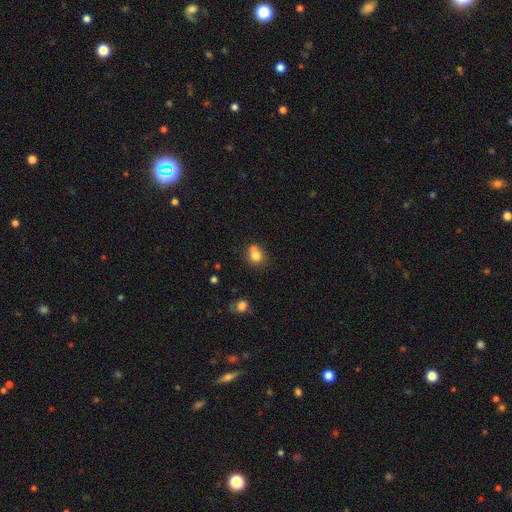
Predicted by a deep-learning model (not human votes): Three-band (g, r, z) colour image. It shows a smooth galaxy with no disk features (74%) that is round (82%). Merging: merger (48%).